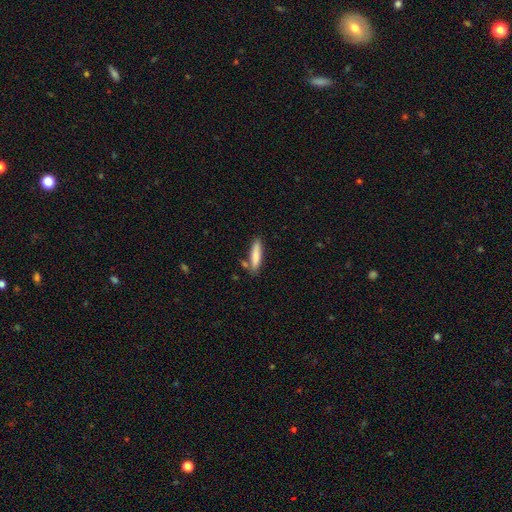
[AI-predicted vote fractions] This appears to be a smooth galaxy with no disk features (82%) that is cigar-shaped (77%). Merging: none (75%).